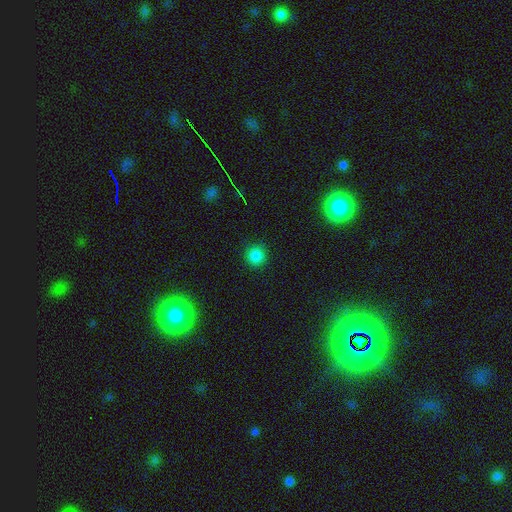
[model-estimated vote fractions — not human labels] Morphology: type=smooth (83%); roundness=round (94%); merging=none (91%).